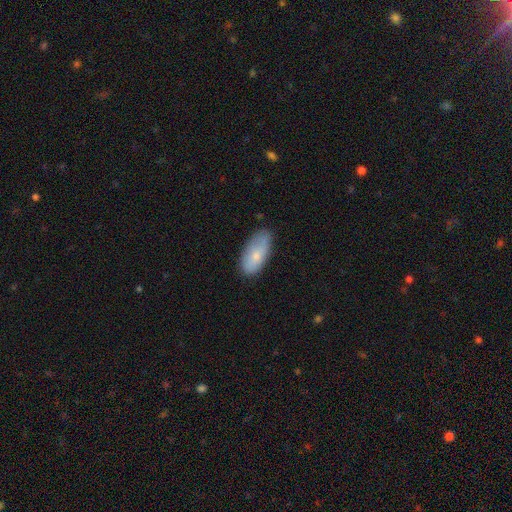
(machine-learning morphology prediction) smooth-or-featured: smooth: 74% | featured or disk: 19% | star or artifact: 6%
  how-rounded: in between: 90% | cigar-shaped: 8% | round: 3%
  merging: none: 71% | minor disturbance: 23% | major disturbance: 4% | merger: 1%